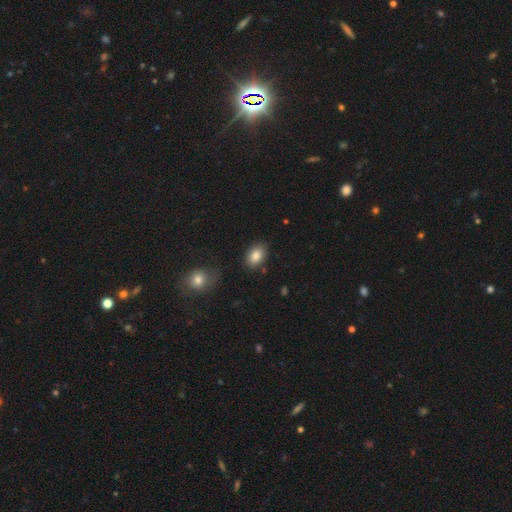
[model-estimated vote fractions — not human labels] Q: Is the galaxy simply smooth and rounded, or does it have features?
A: smooth — 85%.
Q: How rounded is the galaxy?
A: in between — 84%.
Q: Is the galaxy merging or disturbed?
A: none — 82%.